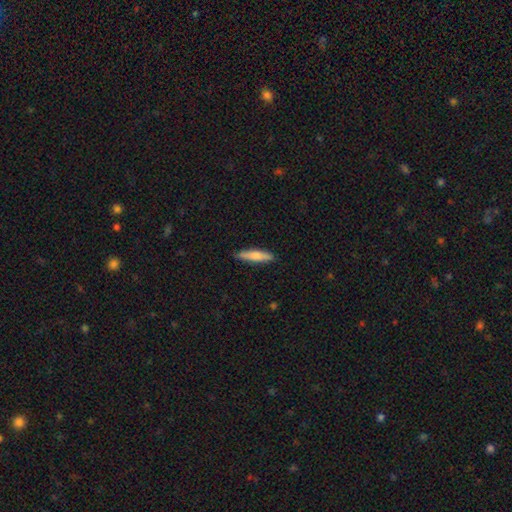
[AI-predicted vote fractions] A smooth galaxy with no disk features (73%) that is cigar-shaped (84%). Merging: none (87%).